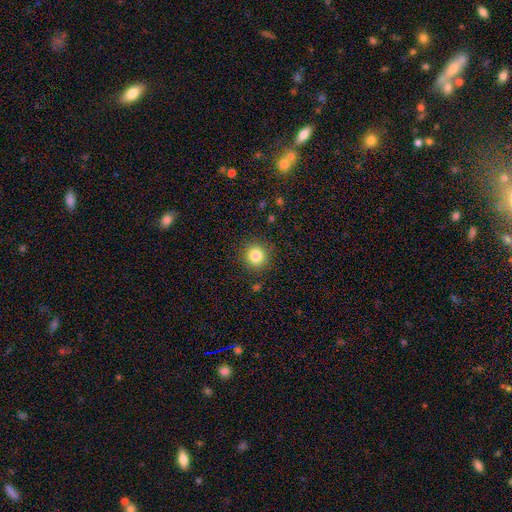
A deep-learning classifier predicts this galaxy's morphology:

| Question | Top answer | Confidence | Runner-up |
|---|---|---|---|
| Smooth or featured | smooth | 83% | star or artifact (11%) |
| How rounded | round | 93% | in between (6%) |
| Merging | none | 90% | minor disturbance (7%) |